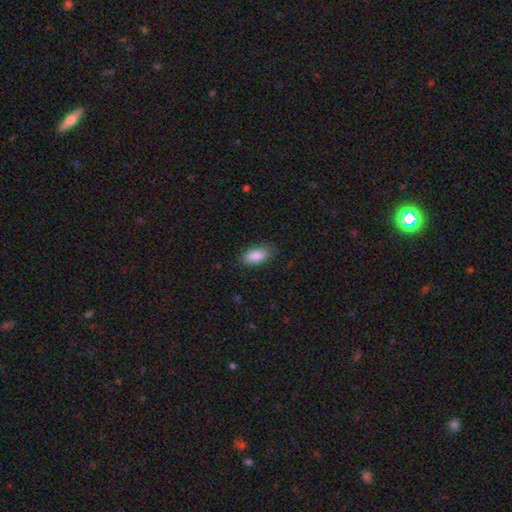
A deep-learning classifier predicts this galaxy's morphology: Smooth or featured?
  - smooth: 87% *
  - star or artifact: 7%
  - featured or disk: 6%
How rounded?
  - in between: 90% *
  - cigar-shaped: 7%
  - round: 3%
Merging?
  - none: 85% *
  - minor disturbance: 12%
  - major disturbance: 3%
  - merger: 1%